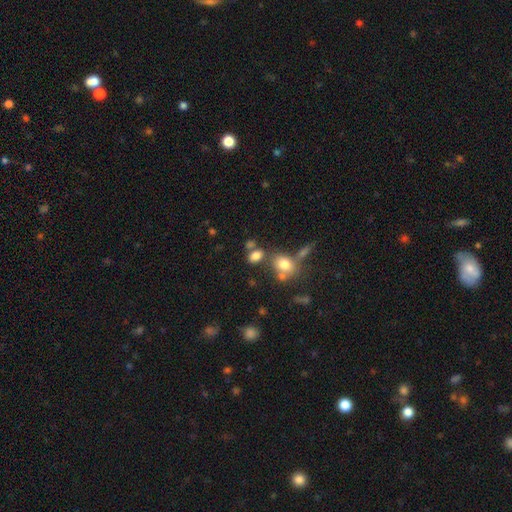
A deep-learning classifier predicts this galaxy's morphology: type=smooth (79%); roundness=in between (78%); merging=none (55%).